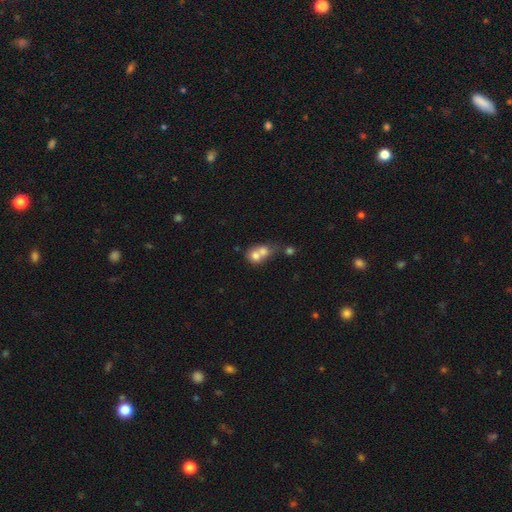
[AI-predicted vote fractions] smooth 69%, featured or disk 21%, star or artifact 10%. Down the decision tree: how rounded — round (63%); merging — merger (71%).